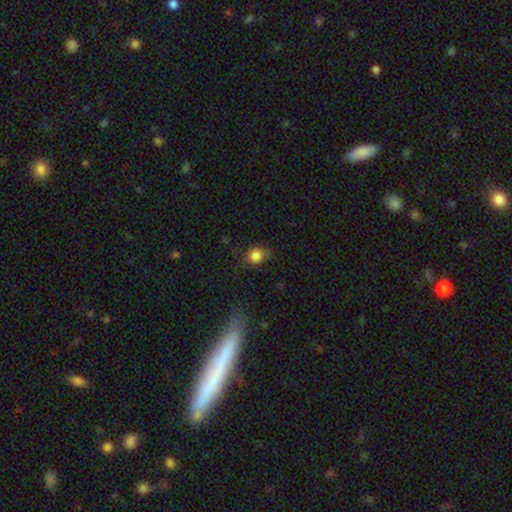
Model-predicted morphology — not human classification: Smooth or featured?
  - smooth: 83% *
  - star or artifact: 11%
  - featured or disk: 6%
How rounded?
  - round: 74% *
  - in between: 25%
  - cigar-shaped: 1%
Merging?
  - none: 68% *
  - minor disturbance: 22%
  - major disturbance: 8%
  - merger: 2%